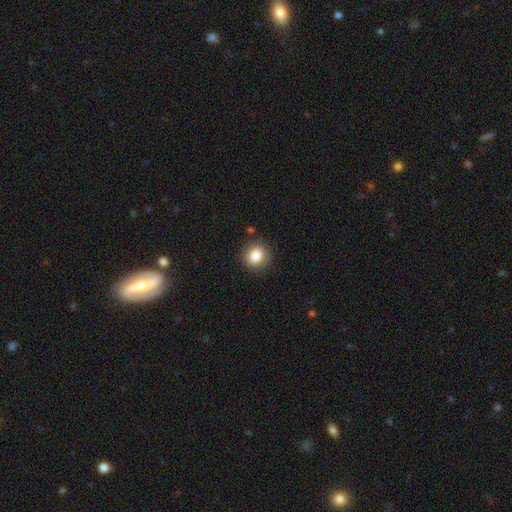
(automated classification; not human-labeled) smooth_or_featured: smooth (p=0.83) [alt: star or artifact p=0.10]
how_rounded: round (p=0.84) [alt: in between p=0.15]
merging: none (p=0.87) [alt: minor disturbance p=0.09]